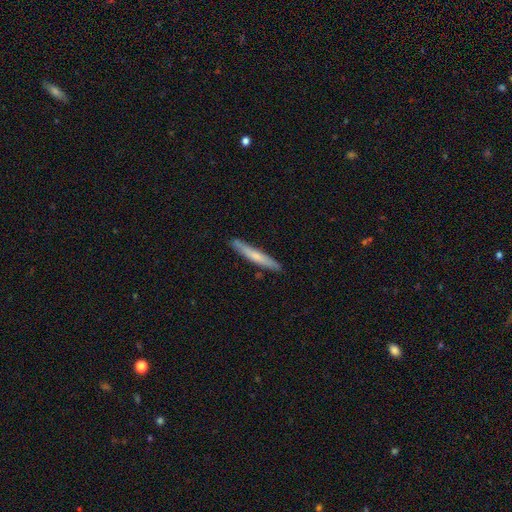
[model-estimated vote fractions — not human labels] smooth 59%, featured or disk 35%, star or artifact 5%. Down the decision tree: how rounded — cigar-shaped (95%); merging — none (87%).